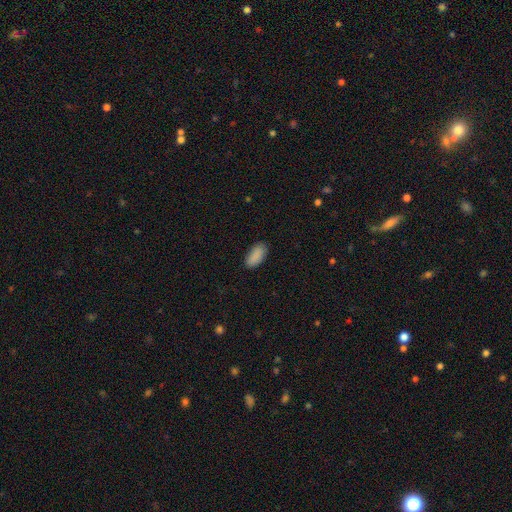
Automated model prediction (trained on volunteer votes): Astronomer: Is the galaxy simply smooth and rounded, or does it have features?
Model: smooth — 90%.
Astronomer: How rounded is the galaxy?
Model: in between — 92%.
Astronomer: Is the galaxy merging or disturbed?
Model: none — 84%.